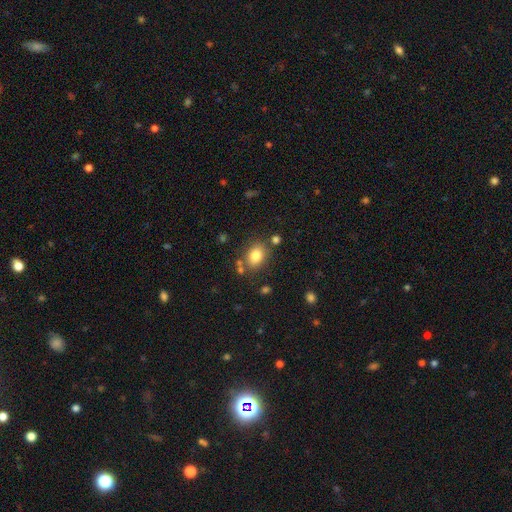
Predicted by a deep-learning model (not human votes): This is clearly a smooth galaxy (81%). How rounded: likely in between (62%). Merging: likely none (74%).